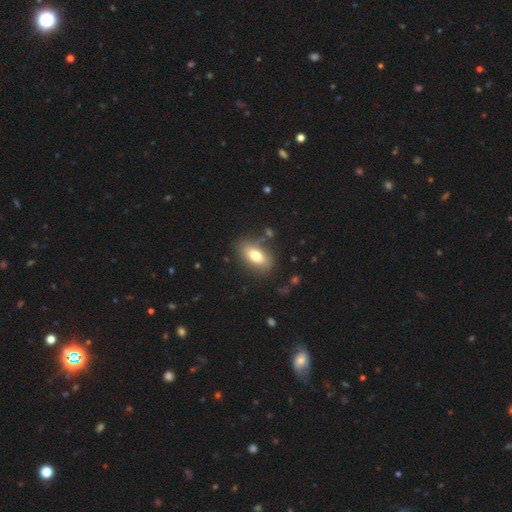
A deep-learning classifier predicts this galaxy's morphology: type=smooth (73%); roundness=in between (86%); merging=none (79%).